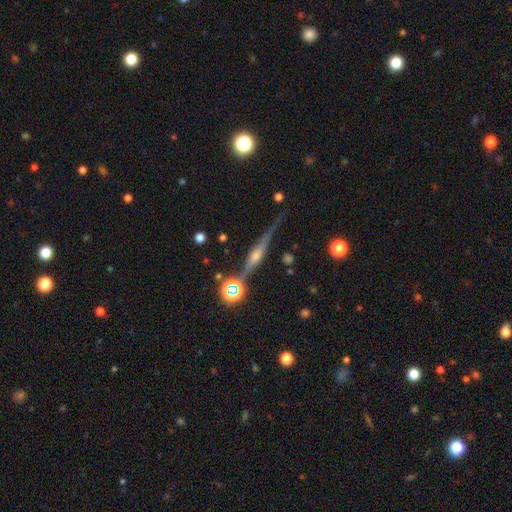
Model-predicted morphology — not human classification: featured or disk 79%, smooth 11%, star or artifact 10%. Down the decision tree: edge-on disk — yes (97%); edge-on bulge — rounded (85%); merging — none (80%).